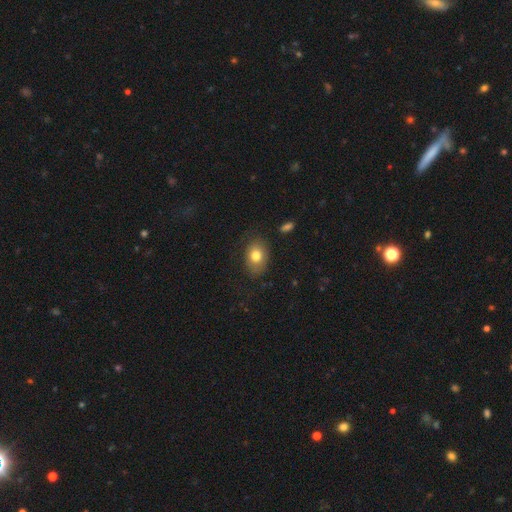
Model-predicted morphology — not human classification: Overall: smooth (78%). How rounded: in between (73%). Merging: none (77%).